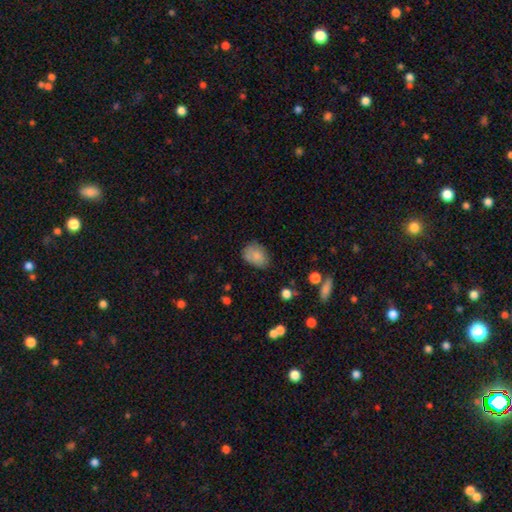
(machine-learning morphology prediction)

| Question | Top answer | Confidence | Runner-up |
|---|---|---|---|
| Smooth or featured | smooth | 81% | featured or disk (10%) |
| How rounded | in between | 77% | round (22%) |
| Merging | none | 65% | minor disturbance (26%) |